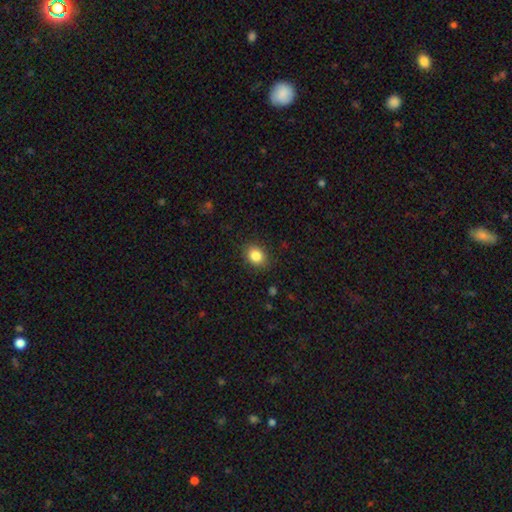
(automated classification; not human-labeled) This appears to be a smooth galaxy with no disk features (85%) that is round (56%). Merging: none (87%).